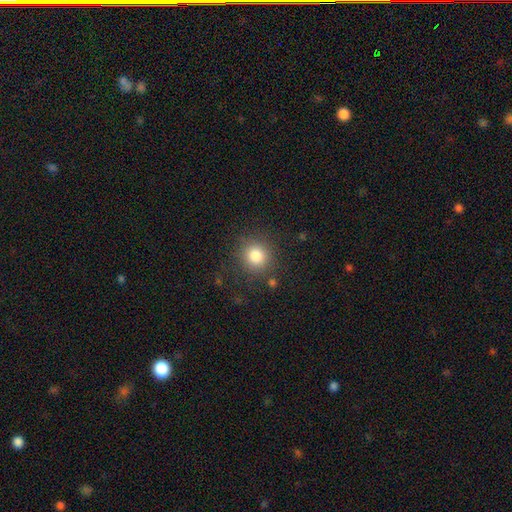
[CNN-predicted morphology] A smooth galaxy with no disk features (82%) that is round (90%).

Vote fractions:
- Smooth or featured? smooth: 82% / star or artifact: 12% / featured or disk: 6%
- How rounded? round: 90% / in between: 9% / cigar-shaped: 1%
- Merging? none: 85% / minor disturbance: 9% / major disturbance: 4% / merger: 2%